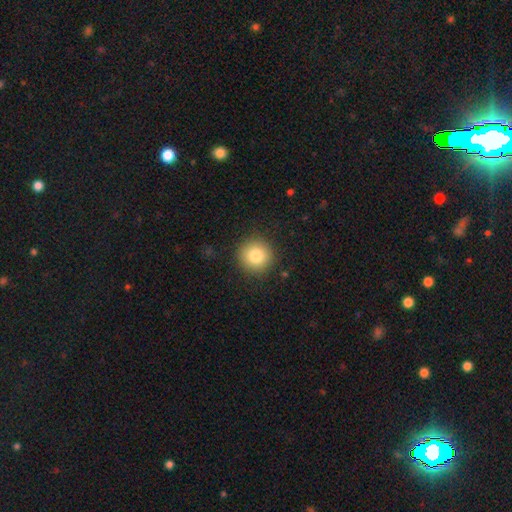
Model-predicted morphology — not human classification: A smooth galaxy with no disk features (82%) that is round (94%). Merging: none (90%).